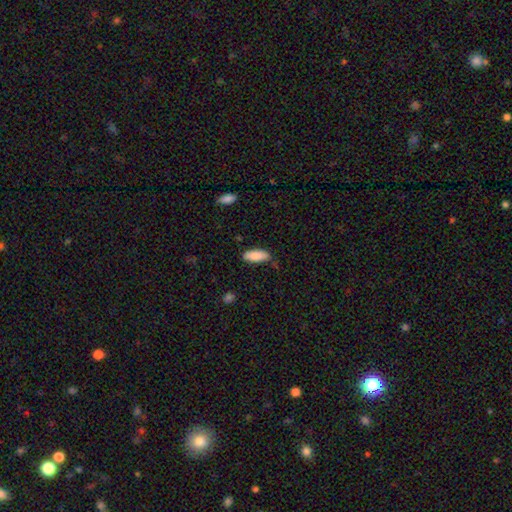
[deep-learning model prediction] Smooth or featured?
  - smooth: 85% *
  - featured or disk: 9%
  - star or artifact: 6%
How rounded?
  - in between: 76% *
  - cigar-shaped: 22%
  - round: 2%
Merging?
  - none: 78% *
  - minor disturbance: 17%
  - major disturbance: 3%
  - merger: 2%